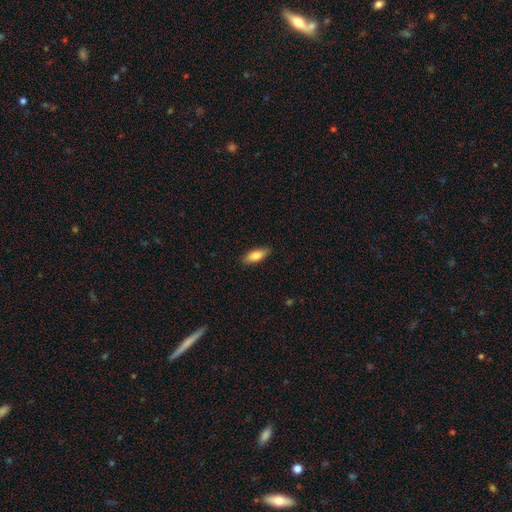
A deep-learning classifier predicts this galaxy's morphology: smooth-or-featured: smooth: 82% | featured or disk: 12% | star or artifact: 6%
  how-rounded: in between: 73% | cigar-shaped: 25% | round: 2%
  merging: none: 87% | minor disturbance: 10% | major disturbance: 2% | merger: 1%